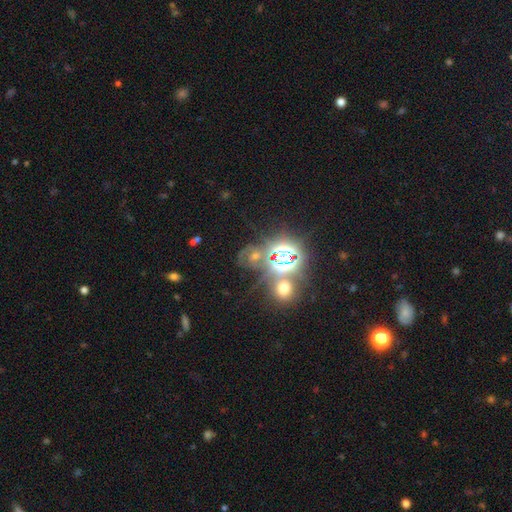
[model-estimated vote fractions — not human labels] Smooth or featured? Predicted: star or artifact (p=0.62).